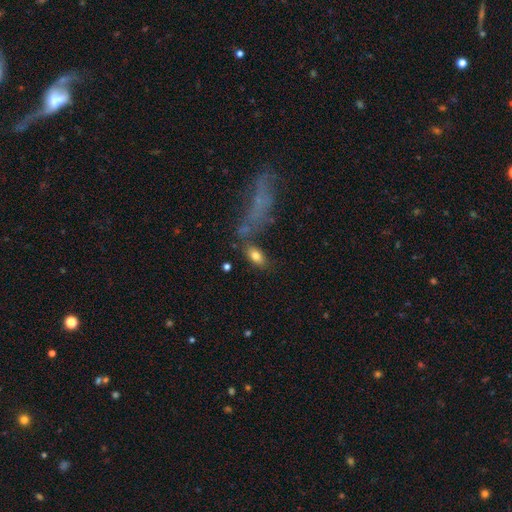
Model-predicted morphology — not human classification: Smooth or featured?
  - smooth: 79% *
  - featured or disk: 12%
  - star or artifact: 9%
How rounded?
  - in between: 88% *
  - cigar-shaped: 6%
  - round: 5%
Merging?
  - none: 69% *
  - minor disturbance: 14%
  - merger: 11%
  - major disturbance: 6%